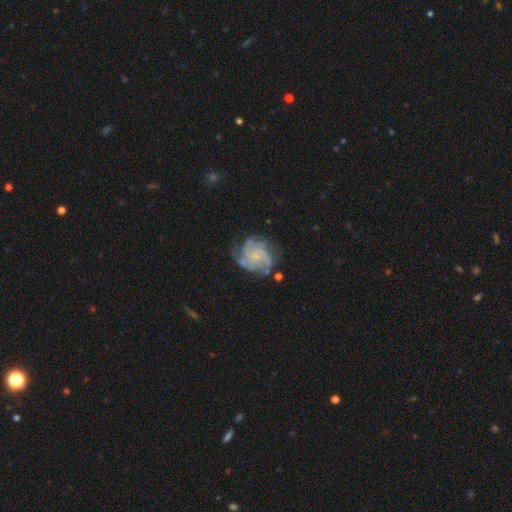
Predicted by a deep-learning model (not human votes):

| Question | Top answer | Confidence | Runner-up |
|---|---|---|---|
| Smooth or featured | featured or disk | 85% | smooth (9%) |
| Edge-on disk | no | 98% | yes (2%) |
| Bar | no | 73% | weak (23%) |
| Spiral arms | yes | 96% | no (4%) |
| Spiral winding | tight | 52% | medium (38%) |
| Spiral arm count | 4 | 30% | 3 (29%) |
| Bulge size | small | 69% | none (16%) |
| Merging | none | 66% | minor disturbance (21%) |